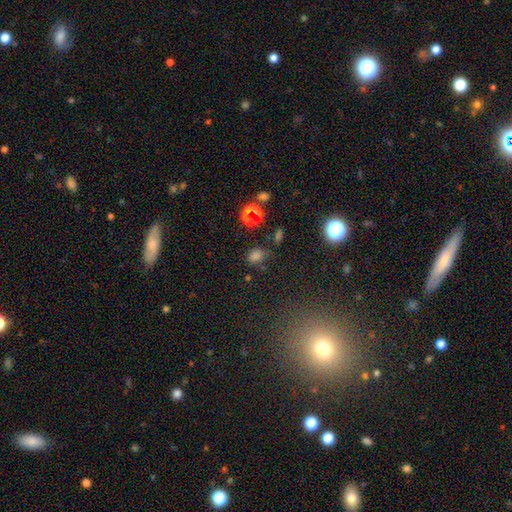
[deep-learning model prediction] Smooth or featured? Predicted: smooth (p=0.62). How rounded? Predicted: in between (p=0.64). Merging? Predicted: none (p=0.64).